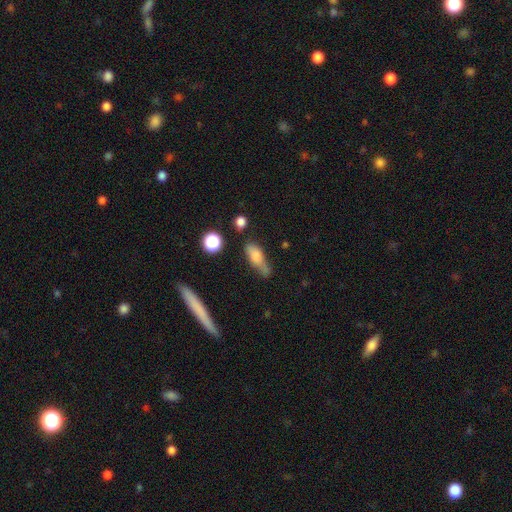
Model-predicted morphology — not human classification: type=smooth (69%); roundness=in between (63%); merging=none (45%).